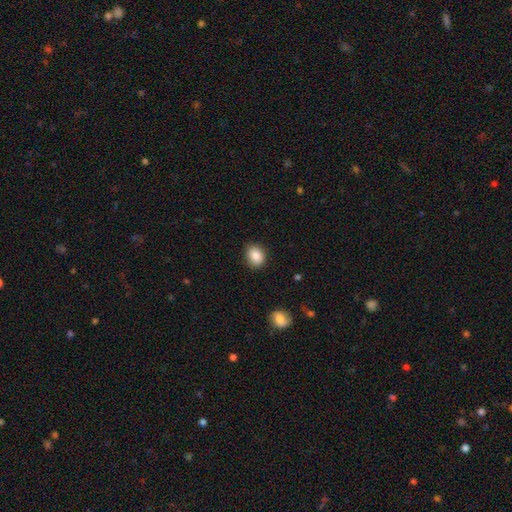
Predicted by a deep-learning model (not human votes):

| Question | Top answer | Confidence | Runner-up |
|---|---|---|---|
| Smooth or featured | smooth | 87% | star or artifact (8%) |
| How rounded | in between | 53% | round (46%) |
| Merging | none | 84% | minor disturbance (12%) |